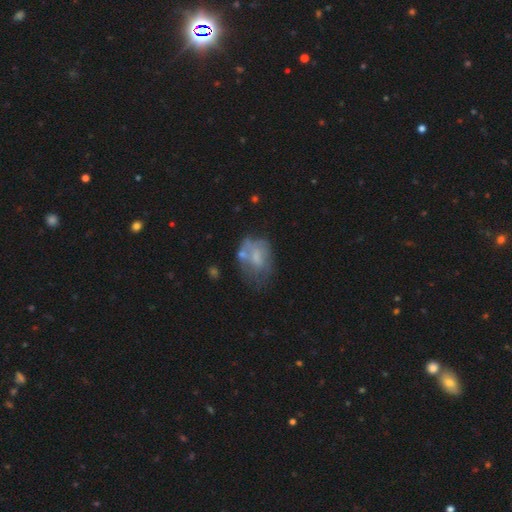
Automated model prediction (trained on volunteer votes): Overall: smooth (48%; featured or disk 42%). Merging: none (36%; minor disturbance 27%).